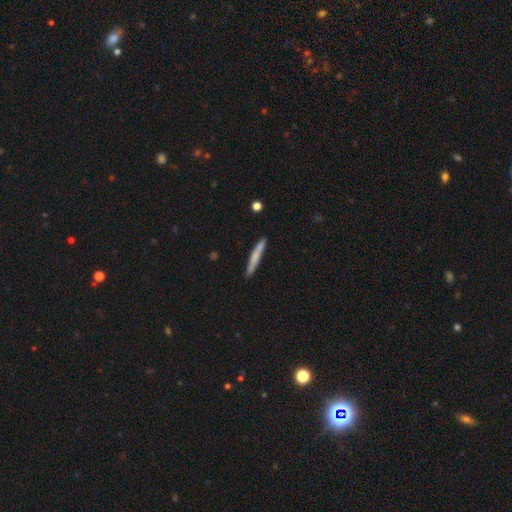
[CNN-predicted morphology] smooth_or_featured: smooth (p=0.67) [alt: featured or disk p=0.27]
how_rounded: cigar-shaped (p=0.96) [alt: in between p=0.03]
merging: none (p=0.85) [alt: minor disturbance p=0.11]